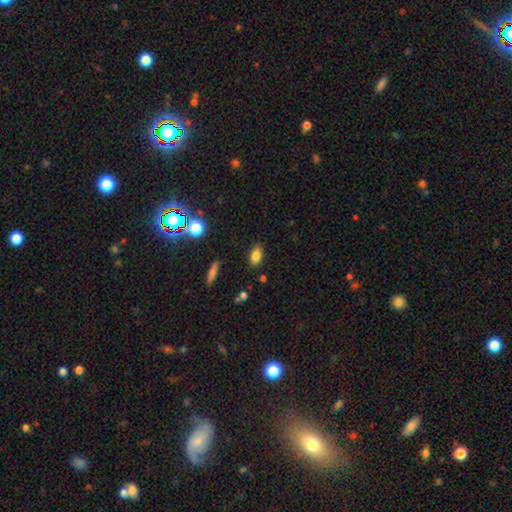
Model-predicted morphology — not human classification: smooth 82%, star or artifact 11%, featured or disk 7%. Down the decision tree: how rounded — in between (85%); merging — none (85%).